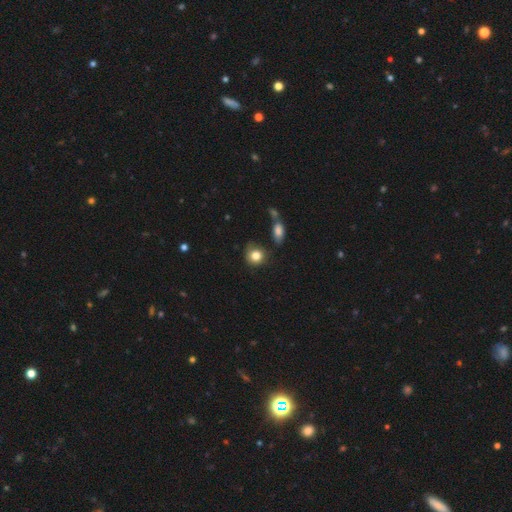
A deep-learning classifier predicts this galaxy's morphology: The model was most divided on "merging": none: 65%, minor disturbance: 21%, merger: 7%, major disturbance: 7%. More confident: smooth or featured — smooth (82%); how rounded — round (79%).